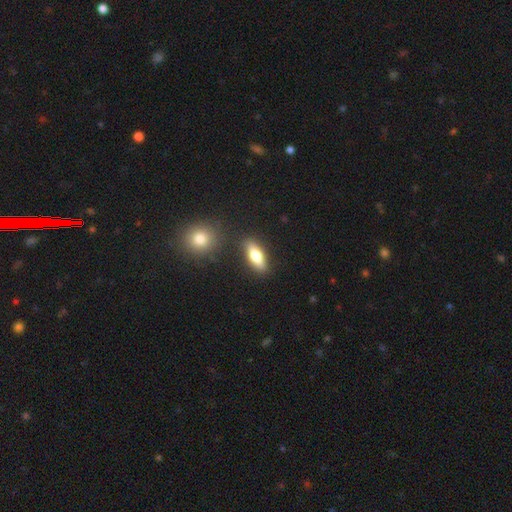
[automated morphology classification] Smooth or featured: smooth — 70% (featured or disk — 24%)
How rounded: in between — 68% (cigar-shaped — 28%)
Merging: none — 83% (minor disturbance — 9%)